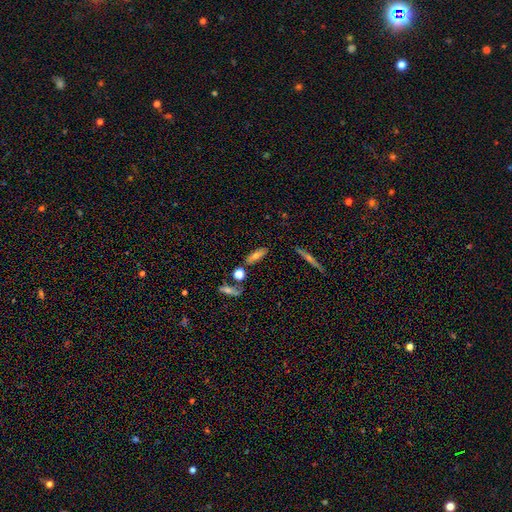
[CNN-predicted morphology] Q: Smooth or featured?
A: smooth (59%); runner-up: featured or disk (29%)
Q: How rounded?
A: in between (58%); runner-up: cigar-shaped (38%)
Q: Merging?
A: none (75%); runner-up: minor disturbance (14%)